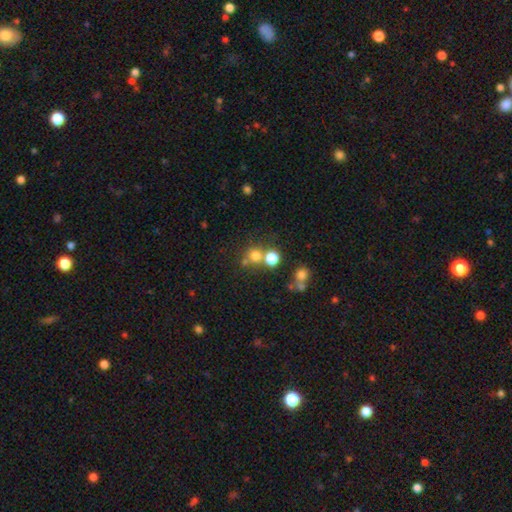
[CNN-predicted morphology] smooth_or_featured: smooth (p=0.72) [alt: star or artifact p=0.19]
how_rounded: round (p=0.90) [alt: in between p=0.09]
merging: none (p=0.63) [alt: merger p=0.26]